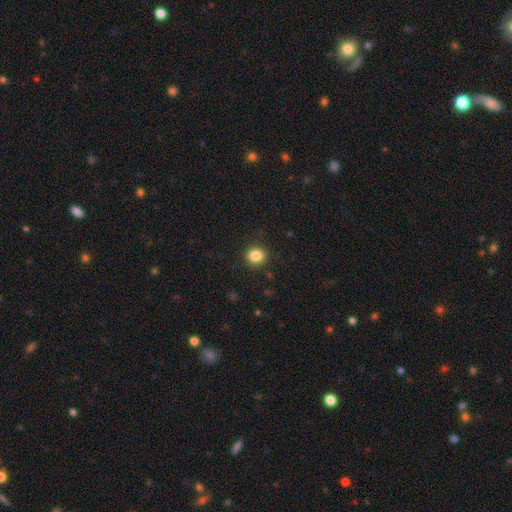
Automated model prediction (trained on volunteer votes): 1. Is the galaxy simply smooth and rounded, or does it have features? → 85% smooth, 11% star or artifact, 4% featured or disk.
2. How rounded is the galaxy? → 81% round, 18% in between, 1% cigar-shaped.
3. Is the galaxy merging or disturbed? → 90% none, 7% minor disturbance, 2% major disturbance, 1% merger.